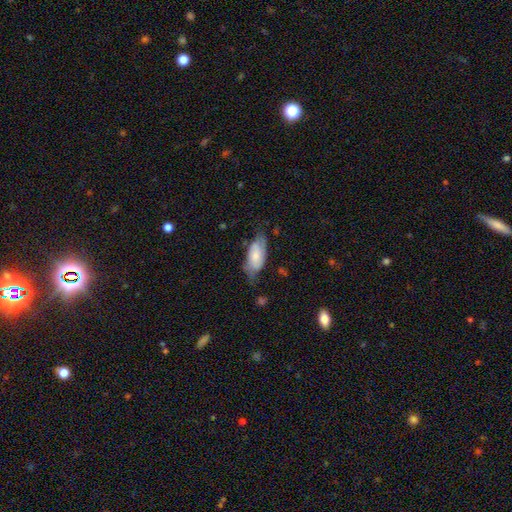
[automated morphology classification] A smooth galaxy with no disk features (61%) that is in between round and cigar-shaped (88%). Merging: none (52%).